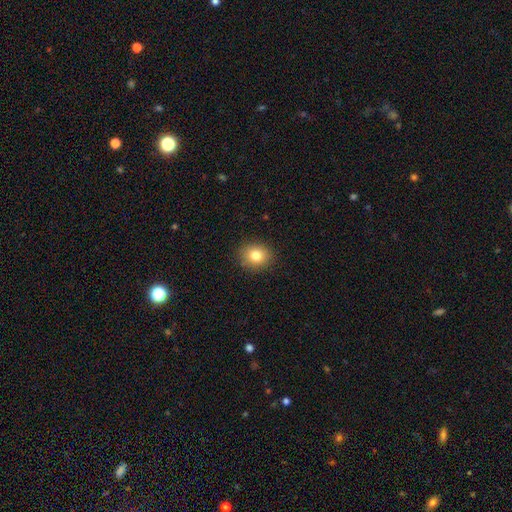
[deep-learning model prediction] Morphology: type=smooth (80%); roundness=round (73%); merging=none (89%).